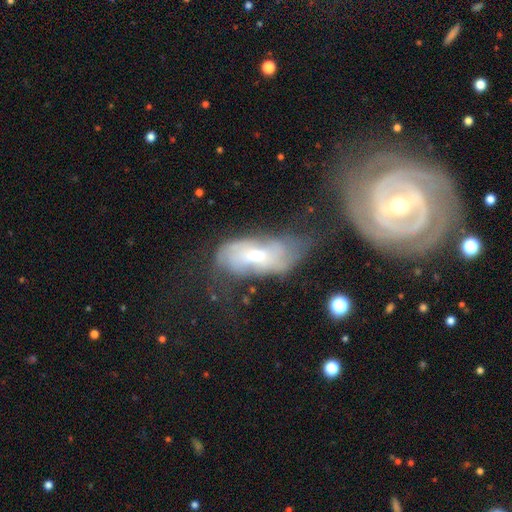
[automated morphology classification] This is likely a featured or disk galaxy (62%). It is clearly not viewed edge-on (89%). Bar: possibly no (59%). Spiral arm pattern: likely yes (68%). Central bulge: possibly moderate (54%). Merging: marginally none (33%).